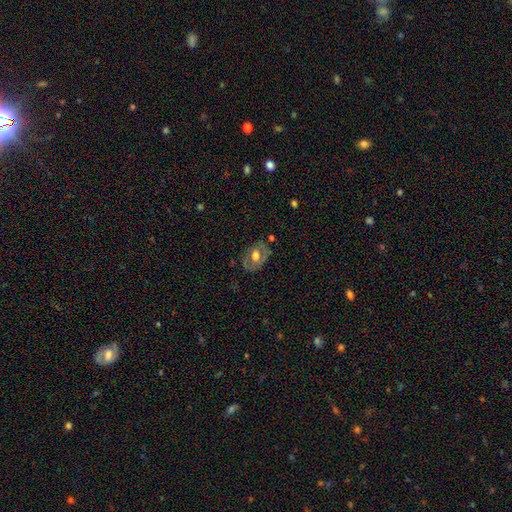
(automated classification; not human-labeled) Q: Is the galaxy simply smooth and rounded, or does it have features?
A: featured or disk — 49%.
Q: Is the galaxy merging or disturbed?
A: none — 68%.